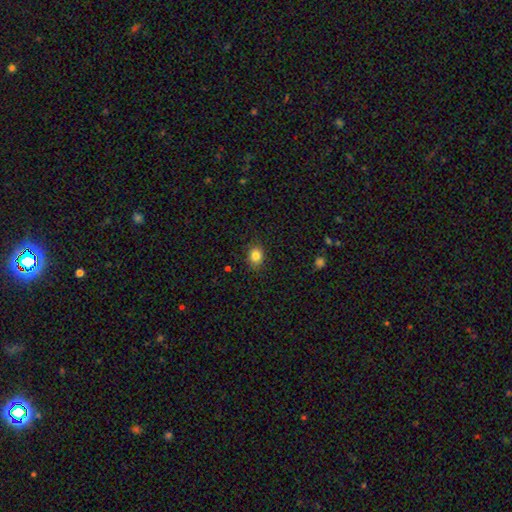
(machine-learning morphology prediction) Smooth or featured?
  - smooth: 84% *
  - star or artifact: 10%
  - featured or disk: 6%
How rounded?
  - round: 53% *
  - in between: 46%
  - cigar-shaped: 1%
Merging?
  - none: 87% *
  - minor disturbance: 10%
  - major disturbance: 2%
  - merger: 1%